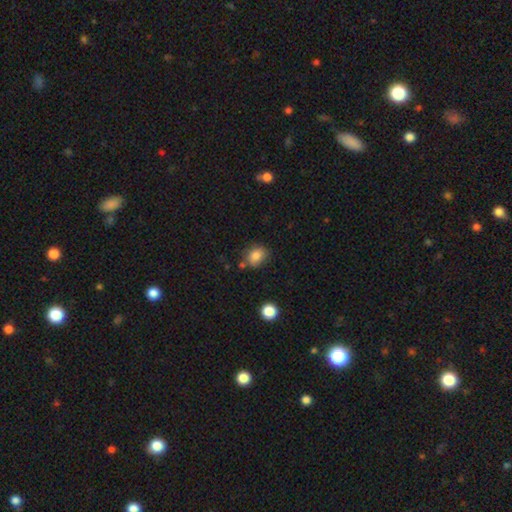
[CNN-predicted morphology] Smooth or featured? smooth (83%)
How rounded? round (51%)
Merging? none (72%)